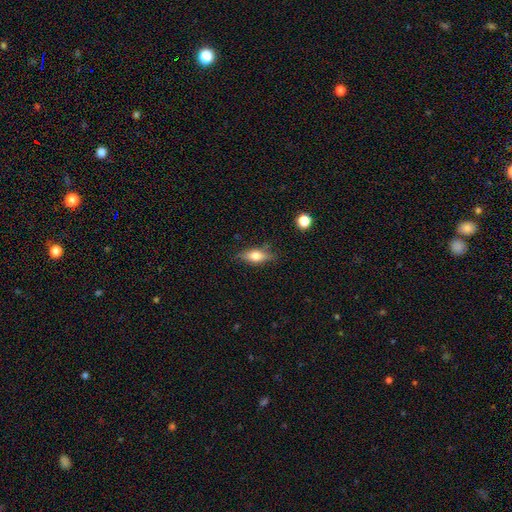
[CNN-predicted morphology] type=smooth (59%); roundness=in between (68%); merging=none (79%).